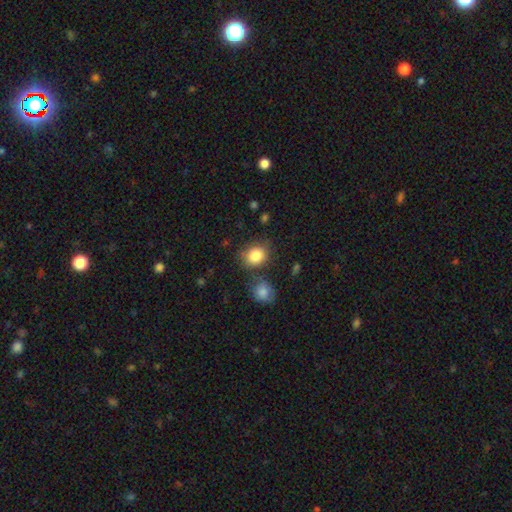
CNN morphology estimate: Smooth or featured?
  - smooth: 85% *
  - star or artifact: 9%
  - featured or disk: 6%
How rounded?
  - round: 61% *
  - in between: 38%
  - cigar-shaped: 1%
Merging?
  - none: 71% *
  - minor disturbance: 15%
  - merger: 9%
  - major disturbance: 5%